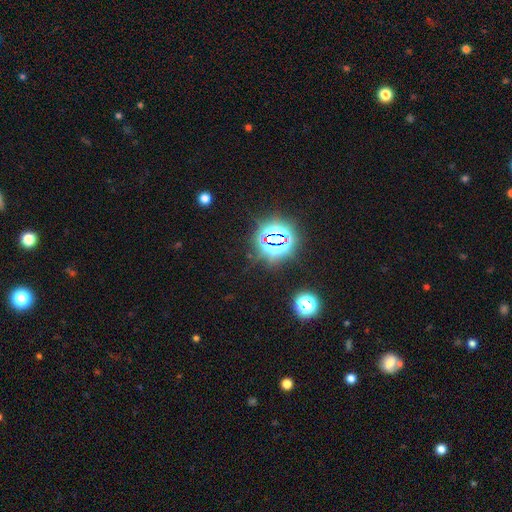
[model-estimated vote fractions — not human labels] Q: Smooth or featured?
A: star or artifact (78%); runner-up: smooth (16%)